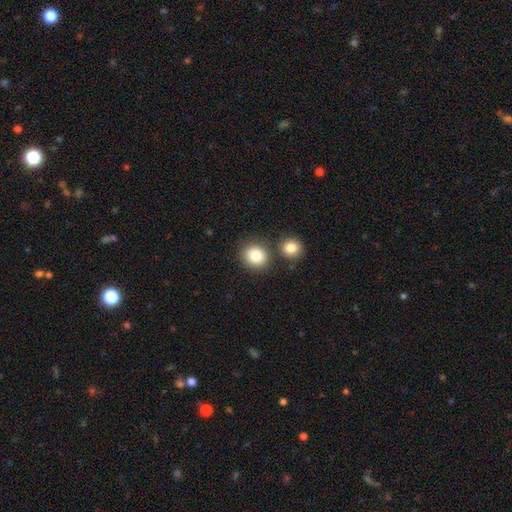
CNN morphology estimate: Smooth or featured: smooth — 85% (star or artifact — 9%)
How rounded: round — 84% (in between — 15%)
Merging: none — 73% (merger — 16%)